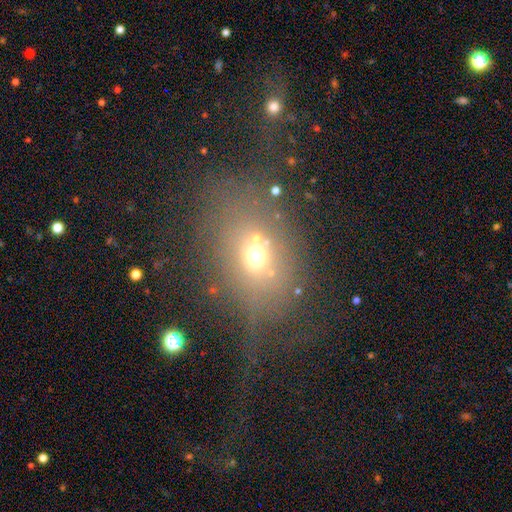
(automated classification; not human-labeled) Smooth or featured: smooth — 56% (star or artifact — 23%)
How rounded: in between — 56% (round — 41%)
Merging: none — 58% (minor disturbance — 17%)